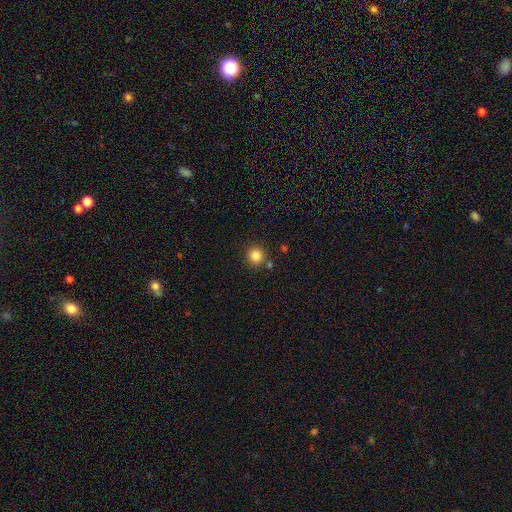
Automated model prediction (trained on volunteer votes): This is clearly a smooth galaxy (84%). How rounded: clearly round (94%). Merging: clearly none (86%).